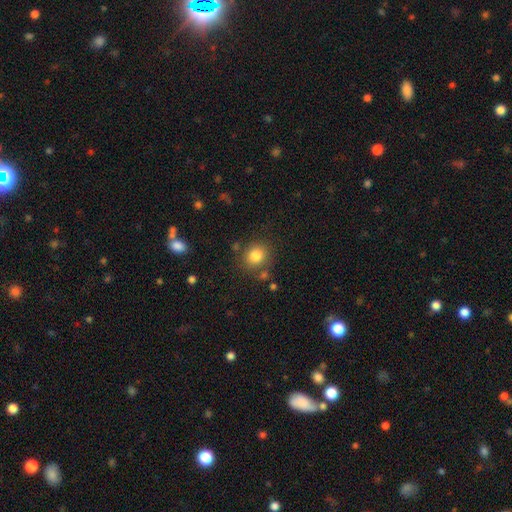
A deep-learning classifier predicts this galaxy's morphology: This is clearly a smooth galaxy (83%). How rounded: clearly round (80%). Merging: likely none (79%).